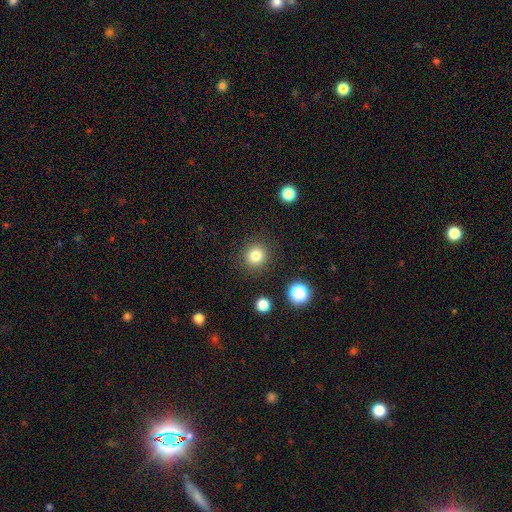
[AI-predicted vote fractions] Smooth or featured? Predicted: smooth (p=0.81). How rounded? Predicted: round (p=0.92). Merging? Predicted: none (p=0.89).